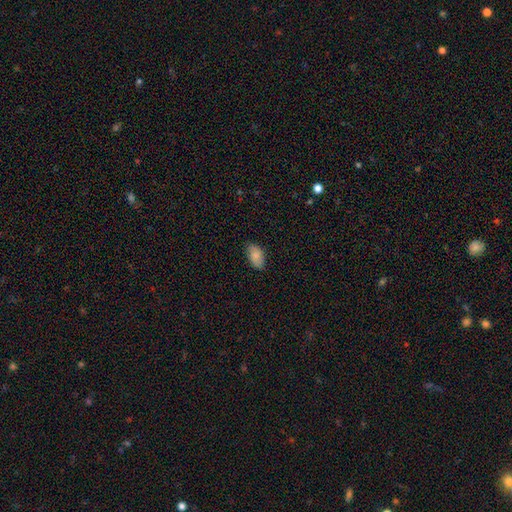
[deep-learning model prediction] Smooth or featured? smooth (84%)
How rounded? in between (94%)
Merging? none (81%)